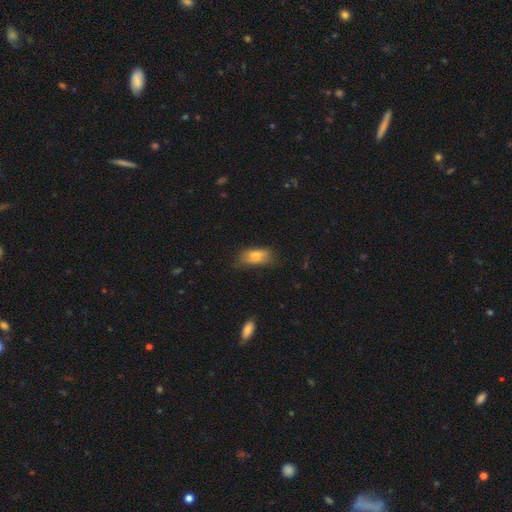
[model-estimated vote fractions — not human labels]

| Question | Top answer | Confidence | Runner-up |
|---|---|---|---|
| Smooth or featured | smooth | 77% | featured or disk (14%) |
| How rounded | in between | 86% | cigar-shaped (10%) |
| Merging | none | 58% | minor disturbance (30%) |